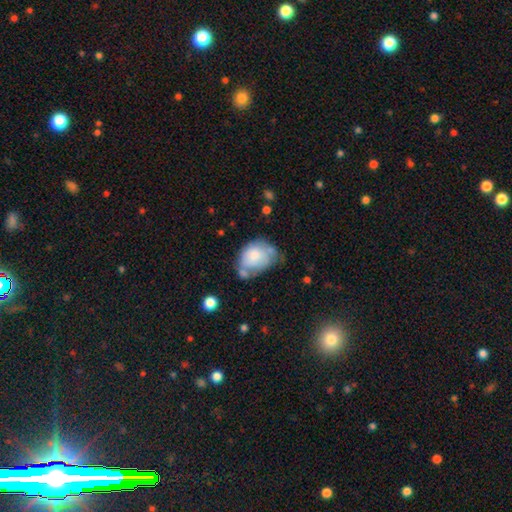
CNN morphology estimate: Smooth or featured: smooth — 71% (featured or disk — 22%)
How rounded: in between — 71% (round — 28%)
Merging: none — 32% (tied with minor disturbance — 32%)